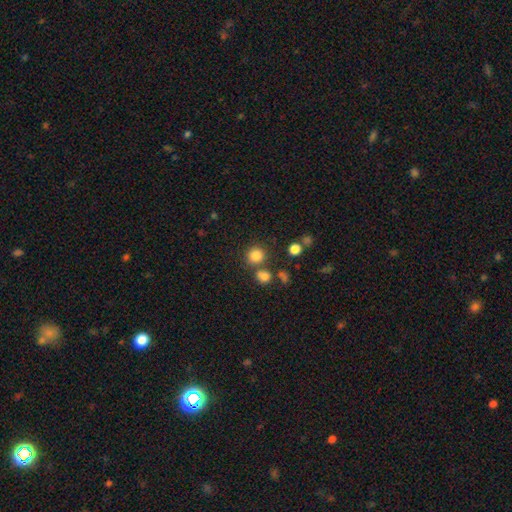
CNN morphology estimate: The model was most divided on "merging": none: 73%, merger: 15%, minor disturbance: 9%, major disturbance: 4%. More confident: how rounded — round (88%); smooth or featured — smooth (81%).